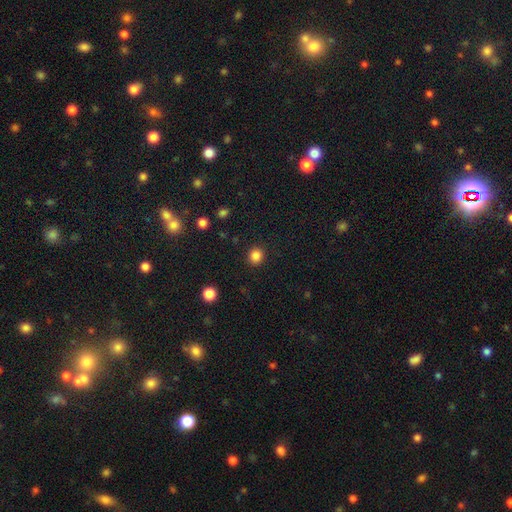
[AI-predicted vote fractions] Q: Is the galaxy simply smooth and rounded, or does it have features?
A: smooth — 85%.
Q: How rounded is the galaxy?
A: round — 89%.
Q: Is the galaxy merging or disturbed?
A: none — 92%.